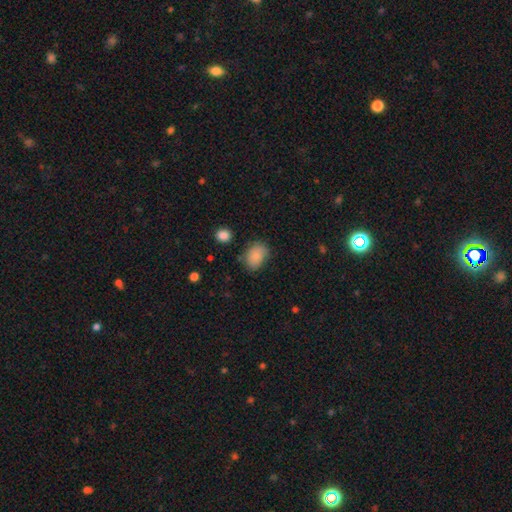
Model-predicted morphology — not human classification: smooth-or-featured: smooth: 86% | star or artifact: 8% | featured or disk: 6%
  how-rounded: in between: 73% | round: 26% | cigar-shaped: 1%
  merging: none: 70% | minor disturbance: 21% | major disturbance: 6% | merger: 3%